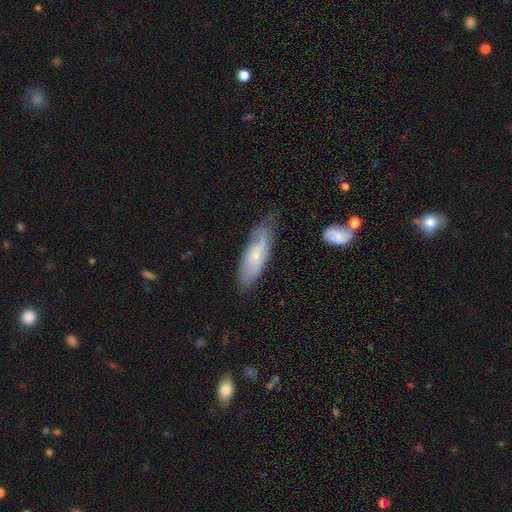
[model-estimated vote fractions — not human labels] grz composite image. It shows a featured or disk galaxy (50%). Merging: none (60%).